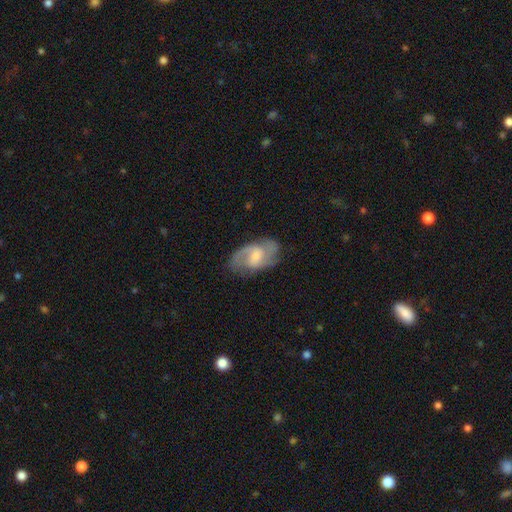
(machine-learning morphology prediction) Smooth or featured?
  - featured or disk: 77% *
  - smooth: 17%
  - star or artifact: 6%
Edge-on disk?
  - no: 96% *
  - yes: 4%
Bar?
  - weak: 56% *
  - no: 28%
  - strong: 16%
Spiral arms?
  - yes: 93% *
  - no: 7%
Spiral winding?
  - medium: 52% *
  - loose: 25%
  - tight: 23%
Spiral arm count?
  - 2: 71% *
  - can't tell: 11%
  - 3: 10%
  - 1: 4%
  - 4: 2%
  - more than 4: 2%
Bulge size?
  - small: 44% *
  - moderate: 42%
  - none: 9%
  - large: 4%
  - dominant: 1%
Merging?
  - none: 73% *
  - minor disturbance: 18%
  - major disturbance: 8%
  - merger: 1%